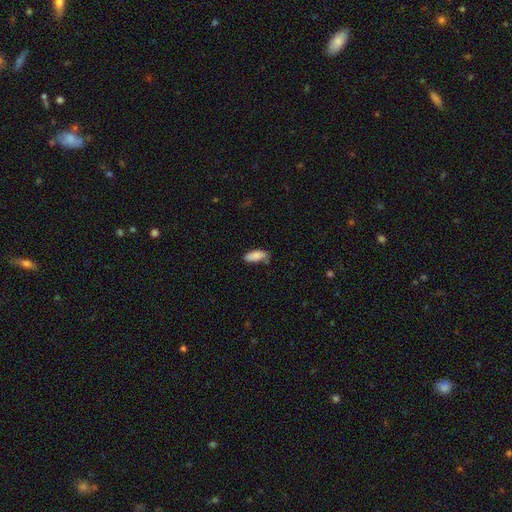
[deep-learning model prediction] smooth 86%, star or artifact 7%, featured or disk 7%. Down the decision tree: how rounded — in between (80%); merging — none (55%).